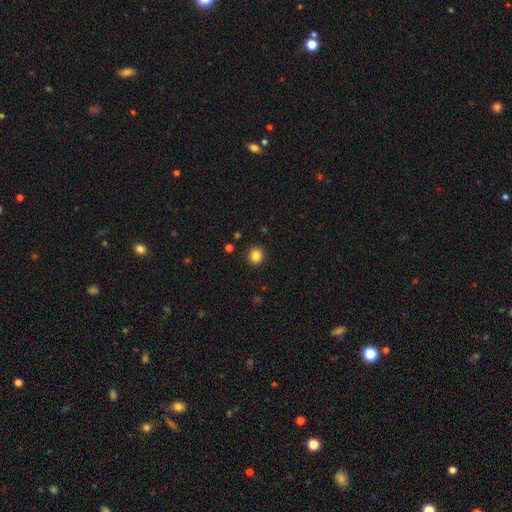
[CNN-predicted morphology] Smooth or featured?
  - smooth: 84% *
  - star or artifact: 11%
  - featured or disk: 4%
How rounded?
  - round: 84% *
  - in between: 15%
  - cigar-shaped: 1%
Merging?
  - none: 91% *
  - minor disturbance: 6%
  - major disturbance: 2%
  - merger: 1%